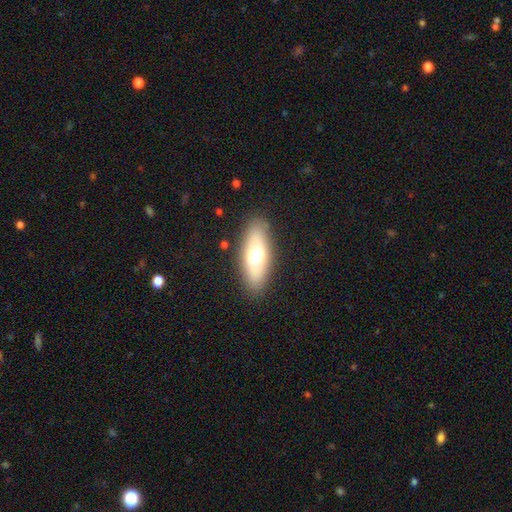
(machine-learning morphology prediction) This appears to be a smooth galaxy with no disk features (59%) that is in between round and cigar-shaped (70%). Merging: none (86%).